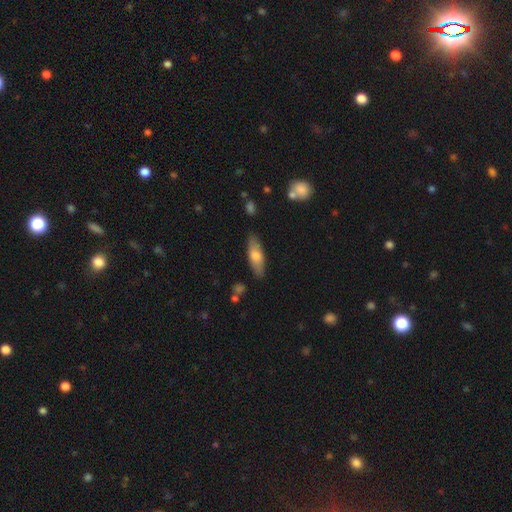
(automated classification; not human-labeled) A smooth galaxy with no disk features (67%) that is in between round and cigar-shaped (58%).

Vote fractions:
- Smooth or featured? smooth: 67% / featured or disk: 28% / star or artifact: 6%
- How rounded? in between: 58% / cigar-shaped: 39% / round: 2%
- Merging? none: 85% / minor disturbance: 11% / major disturbance: 2% / merger: 2%